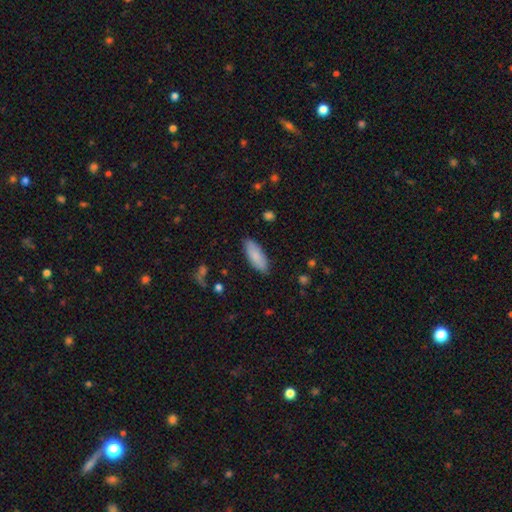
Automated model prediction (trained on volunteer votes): Smooth or featured?
  - smooth: 86% *
  - featured or disk: 9%
  - star or artifact: 6%
How rounded?
  - in between: 75% *
  - cigar-shaped: 24%
  - round: 2%
Merging?
  - none: 87% *
  - minor disturbance: 10%
  - major disturbance: 2%
  - merger: 1%